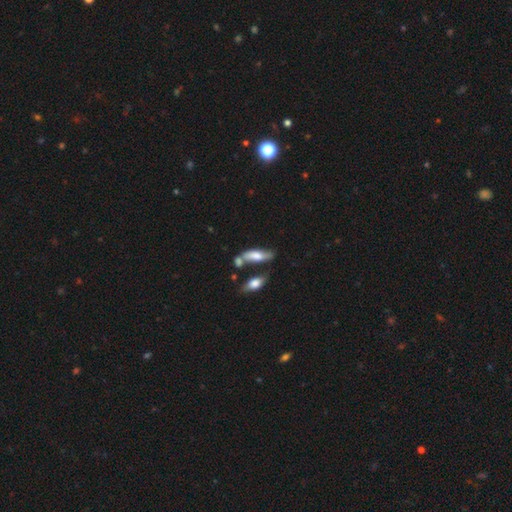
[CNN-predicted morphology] Q: Smooth or featured?
A: smooth (61%); runner-up: featured or disk (31%)
Q: How rounded?
A: in between (63%); runner-up: cigar-shaped (35%)
Q: Merging?
A: none (45%); runner-up: merger (26%)